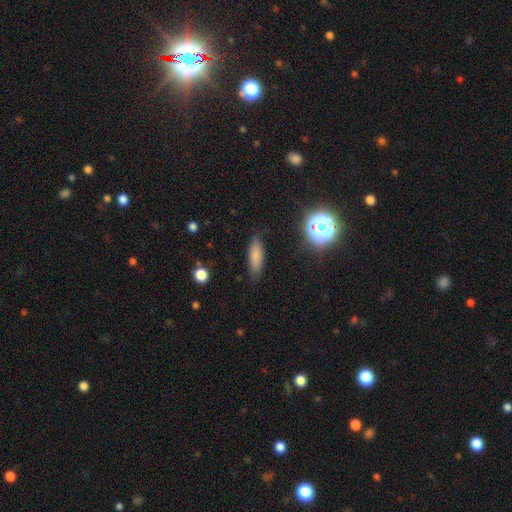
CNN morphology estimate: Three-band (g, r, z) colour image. It shows a smooth galaxy with no disk features (79%) that is in between round and cigar-shaped (51%). Merging: none (84%).